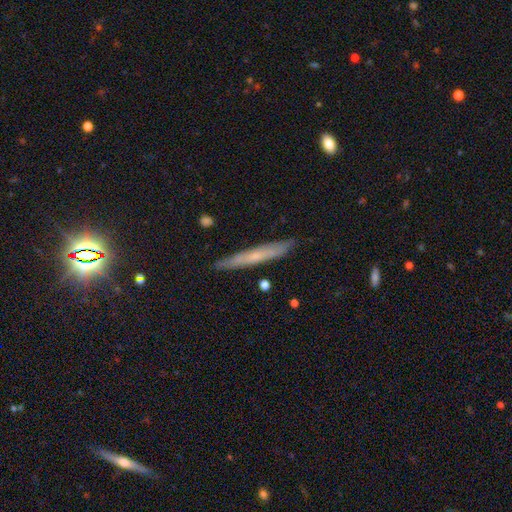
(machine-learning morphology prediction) A featured or disk galaxy (48%).

Vote fractions:
- Smooth or featured? featured or disk: 48% / smooth: 44% / star or artifact: 8%
- Merging? none: 87% / minor disturbance: 10% / major disturbance: 2% / merger: 1%